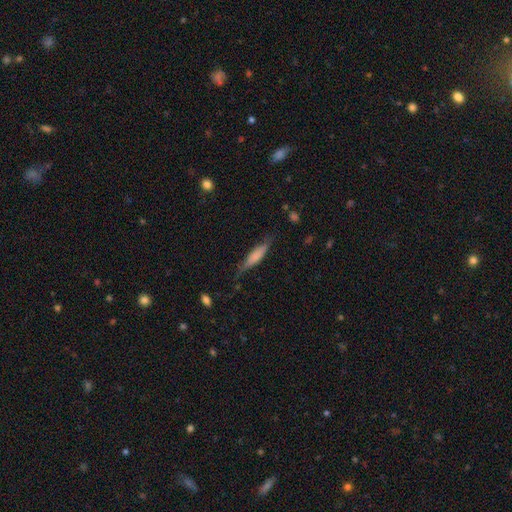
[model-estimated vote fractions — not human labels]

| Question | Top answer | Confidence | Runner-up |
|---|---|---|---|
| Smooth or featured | smooth | 68% | featured or disk (26%) |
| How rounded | cigar-shaped | 75% | in between (24%) |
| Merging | none | 68% | minor disturbance (24%) |